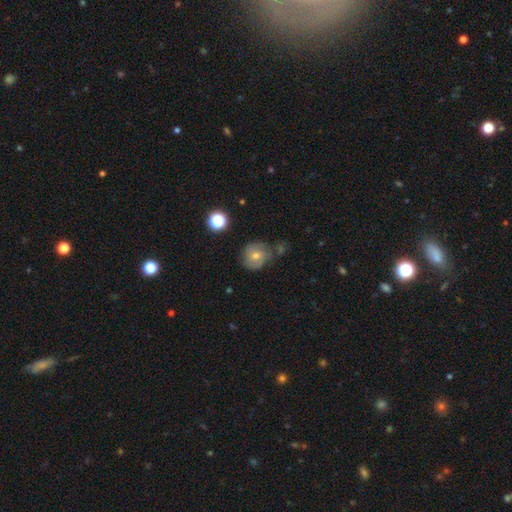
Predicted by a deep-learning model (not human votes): Smooth or featured?
  - featured or disk: 53% *
  - smooth: 34%
  - star or artifact: 13%
Edge-on disk?
  - no: 97% *
  - yes: 3%
Bar?
  - no: 63% *
  - weak: 30%
  - strong: 6%
Spiral arms?
  - yes: 82% *
  - no: 18%
Bulge size?
  - moderate: 61% *
  - small: 34%
  - large: 2%
  - none: 1%
  - dominant: 1%
Merging?
  - none: 64% *
  - minor disturbance: 21%
  - merger: 8%
  - major disturbance: 7%